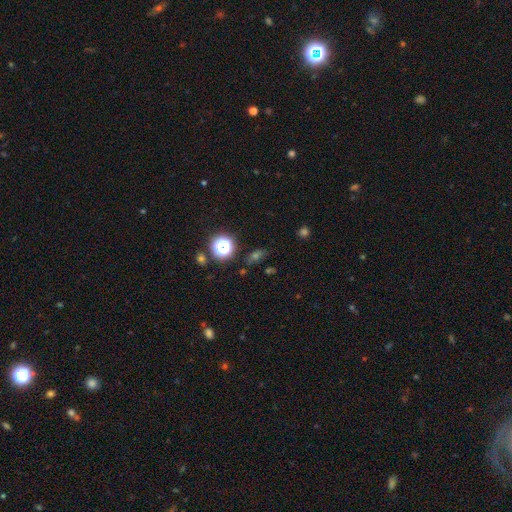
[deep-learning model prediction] Smooth or featured: star or artifact — 49% (smooth — 38%)